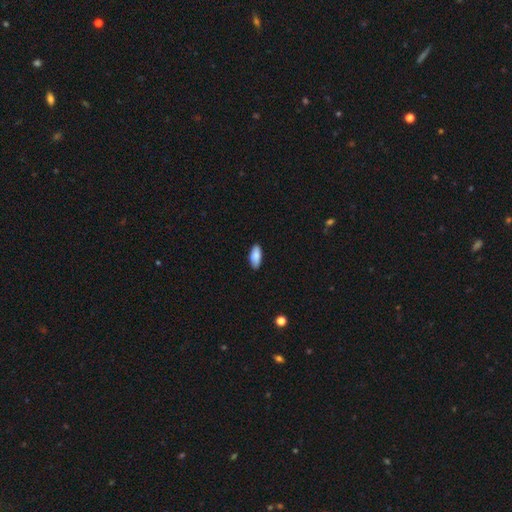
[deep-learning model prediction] Smooth or featured?
  - smooth: 88% *
  - star or artifact: 6%
  - featured or disk: 6%
How rounded?
  - in between: 85% *
  - cigar-shaped: 13%
  - round: 2%
Merging?
  - none: 88% *
  - minor disturbance: 10%
  - major disturbance: 2%
  - merger: 1%